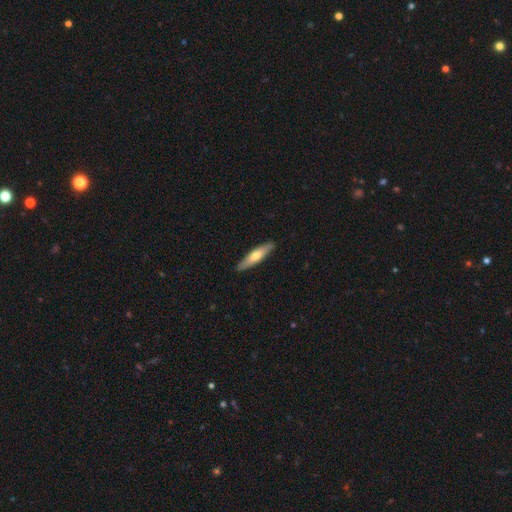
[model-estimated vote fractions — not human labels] Overall: smooth (53%; featured or disk 42%). How rounded: cigar-shaped (81%). Merging: none (89%).